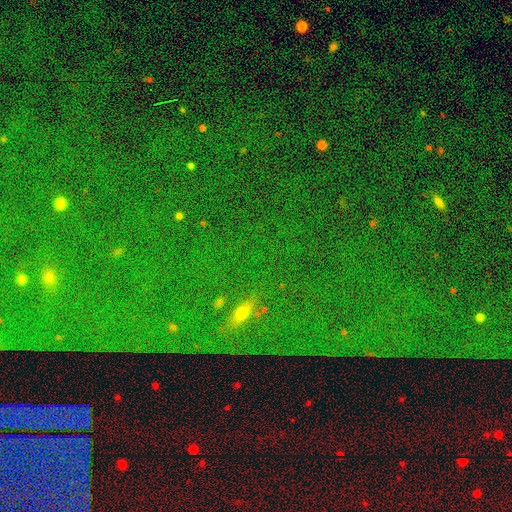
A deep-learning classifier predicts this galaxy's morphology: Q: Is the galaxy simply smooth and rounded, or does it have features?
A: star or artifact — 83%.